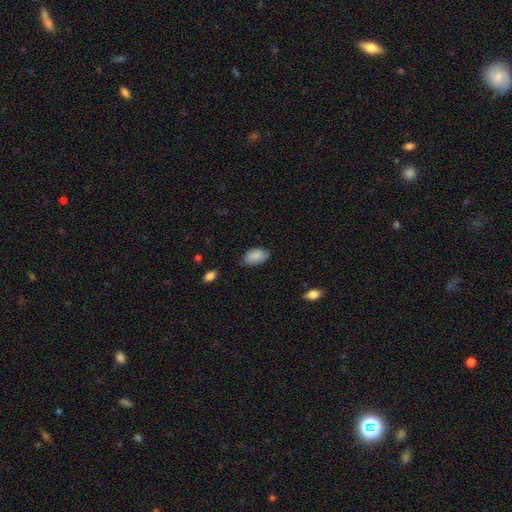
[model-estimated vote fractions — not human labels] Smooth or featured? smooth (85%)
How rounded? in between (93%)
Merging? none (68%)